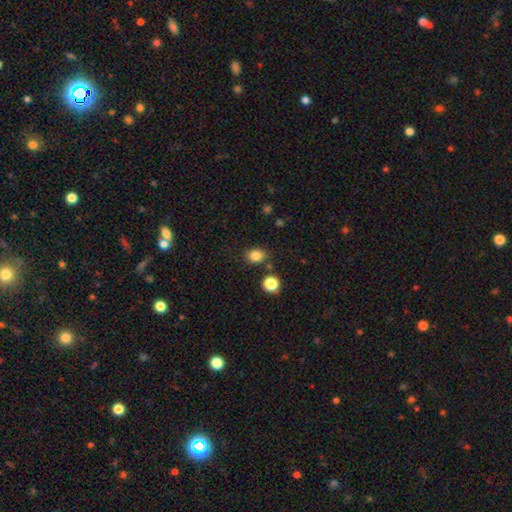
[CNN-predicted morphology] smooth 83%, star or artifact 12%, featured or disk 5%. Down the decision tree: how rounded — round (52%); merging — none (80%).